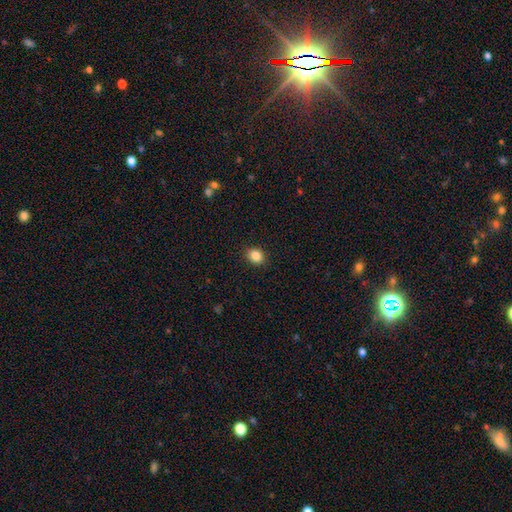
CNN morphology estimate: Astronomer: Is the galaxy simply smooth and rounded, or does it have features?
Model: smooth — 86%.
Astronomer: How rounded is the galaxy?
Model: round — 54% (runner-up: in between, 46%).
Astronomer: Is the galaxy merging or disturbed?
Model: none — 90%.